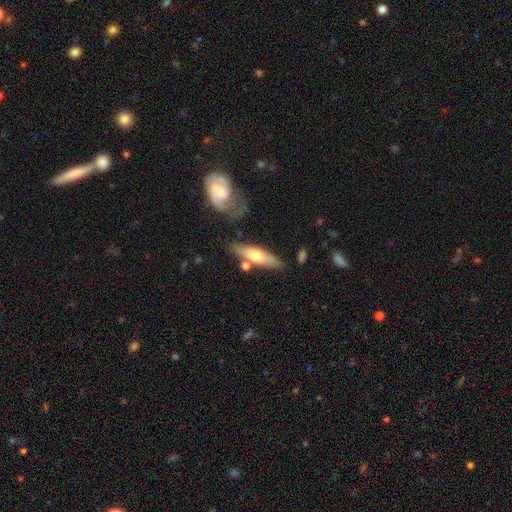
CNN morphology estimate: A smooth galaxy with no disk features (56%) that is cigar-shaped (62%).

Vote fractions:
- Smooth or featured? smooth: 56% / featured or disk: 39% / star or artifact: 6%
- How rounded? cigar-shaped: 62% / in between: 36% / round: 2%
- Merging? none: 71% / minor disturbance: 14% / merger: 10% / major disturbance: 4%